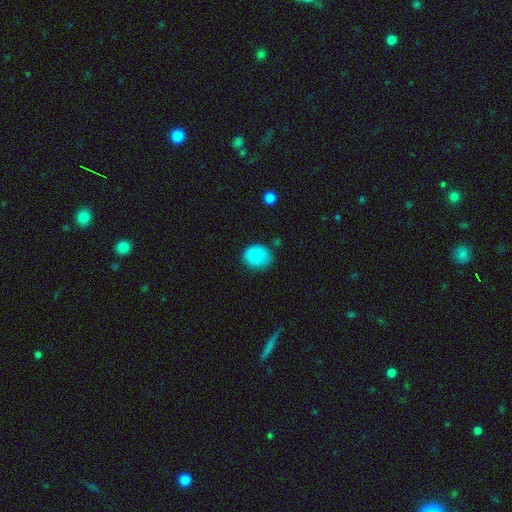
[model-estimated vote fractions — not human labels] This is clearly a smooth galaxy (81%). How rounded: likely round (67%). Merging: likely none (74%).